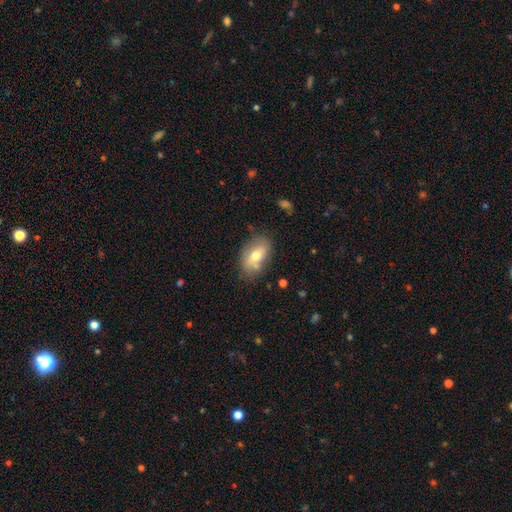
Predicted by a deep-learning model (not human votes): Smooth or featured? Predicted: smooth (p=0.61). How rounded? Predicted: in between (p=0.89). Merging? Predicted: none (p=0.68).